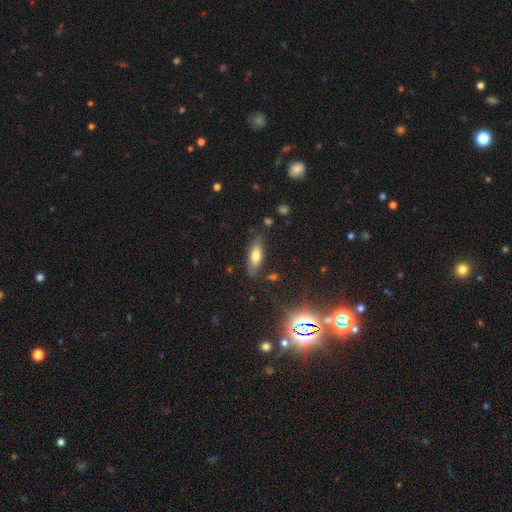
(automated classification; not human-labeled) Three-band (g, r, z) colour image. It shows a smooth galaxy with no disk features (63%) that is in between round and cigar-shaped (67%). Merging: none (76%).